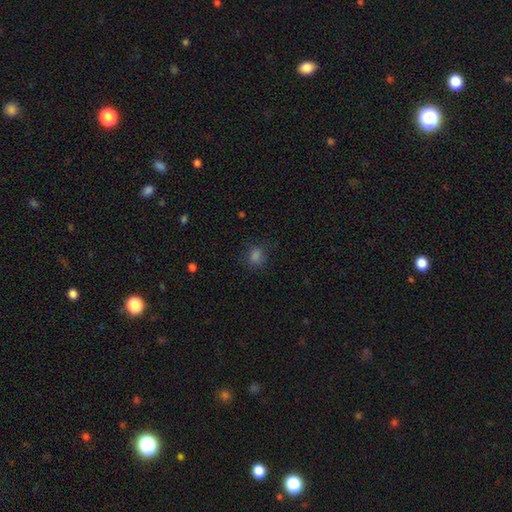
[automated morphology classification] smooth-or-featured: smooth: 75% | star or artifact: 20% | featured or disk: 5%
  how-rounded: round: 78% | in between: 21% | cigar-shaped: 1%
  merging: none: 83% | minor disturbance: 11% | major disturbance: 5% | merger: 1%